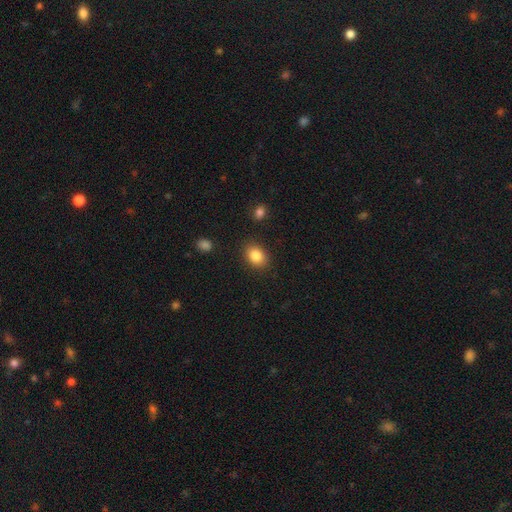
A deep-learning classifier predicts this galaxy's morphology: A smooth galaxy with no disk features (85%) that is in between round and cigar-shaped (66%).

Vote fractions:
- Smooth or featured? smooth: 85% / star or artifact: 9% / featured or disk: 6%
- How rounded? in between: 66% / round: 33% / cigar-shaped: 1%
- Merging? none: 87% / minor disturbance: 9% / major disturbance: 3% / merger: 2%